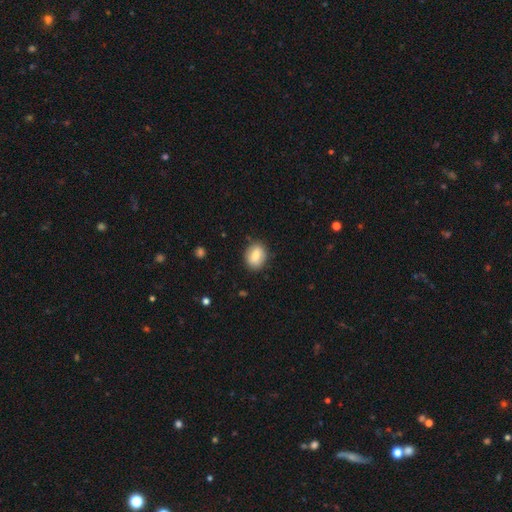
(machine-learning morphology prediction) A smooth galaxy with no disk features (78%) that is in between round and cigar-shaped (51%).

Vote fractions:
- Smooth or featured? smooth: 78% / featured or disk: 14% / star or artifact: 8%
- How rounded? in between: 51% / round: 48% / cigar-shaped: 1%
- Merging? none: 84% / minor disturbance: 12% / major disturbance: 3% / merger: 1%